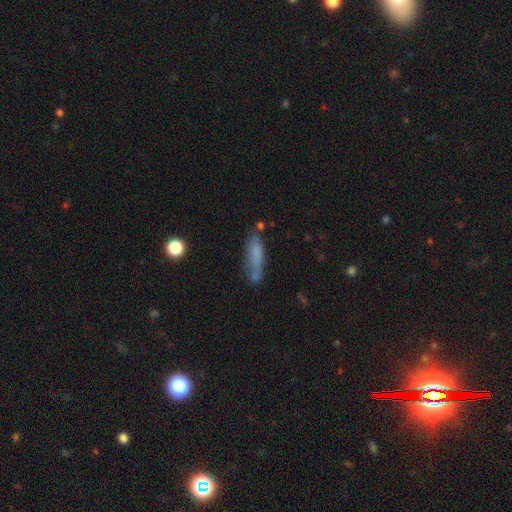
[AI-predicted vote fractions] Smooth or featured? Predicted: smooth (p=0.70). How rounded? Predicted: cigar-shaped (p=0.71). Merging? Predicted: none (p=0.59).